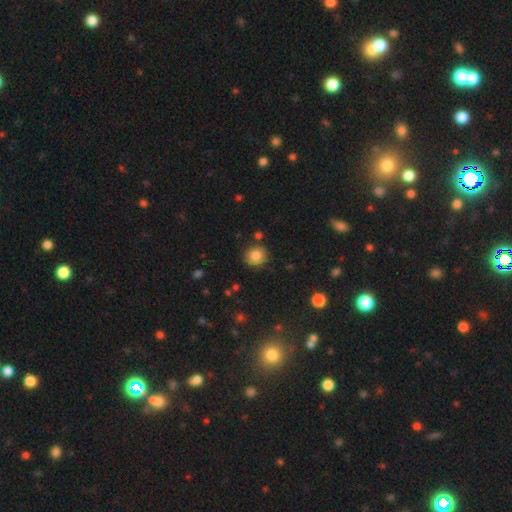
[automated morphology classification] A smooth galaxy with no disk features (84%) that is round (90%). Merging: none (87%).